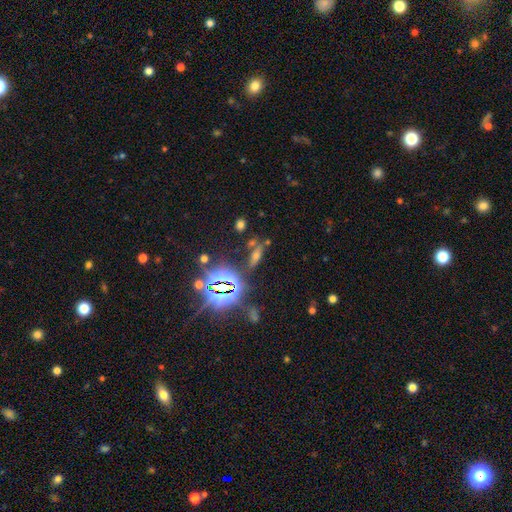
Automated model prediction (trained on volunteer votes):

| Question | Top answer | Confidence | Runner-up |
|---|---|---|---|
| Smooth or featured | star or artifact | 46% | smooth (34%) |